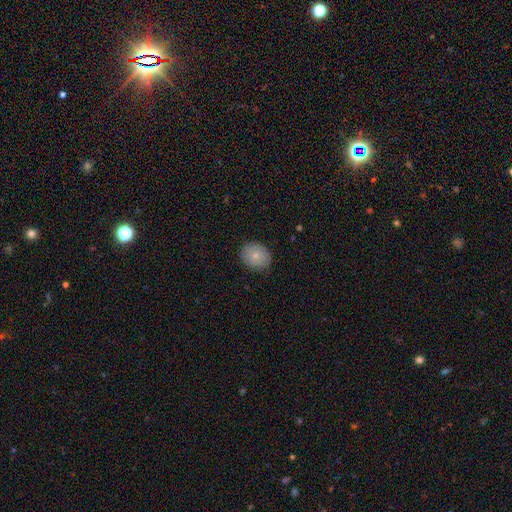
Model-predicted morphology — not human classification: type=smooth (80%); roundness=in between (50%); merging=none (86%).